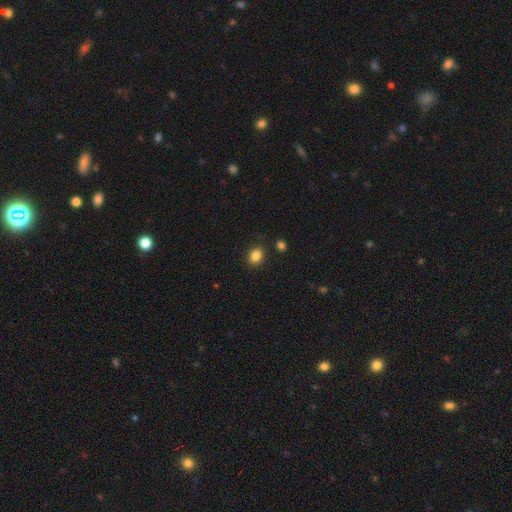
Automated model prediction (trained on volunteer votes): Smooth or featured: smooth — 85% (star or artifact — 10%)
How rounded: in between — 52% (round — 47%)
Merging: none — 85% (minor disturbance — 9%)